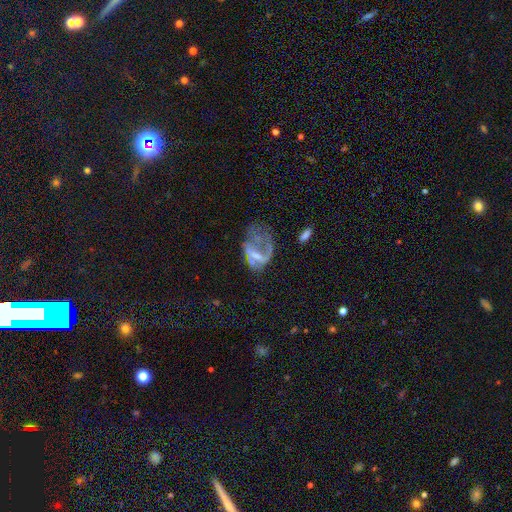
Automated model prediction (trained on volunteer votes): Smooth or featured?
  - featured or disk: 63% *
  - smooth: 25%
  - star or artifact: 12%
Edge-on disk?
  - no: 96% *
  - yes: 4%
Bar?
  - no: 49% *
  - weak: 36%
  - strong: 15%
Spiral arms?
  - no: 58% *
  - yes: 42%
Bulge size?
  - small: 37% *
  - none: 32%
  - moderate: 26%
  - large: 4%
  - dominant: 1%
Merging?
  - major disturbance: 56% *
  - none: 20%
  - minor disturbance: 15%
  - merger: 9%